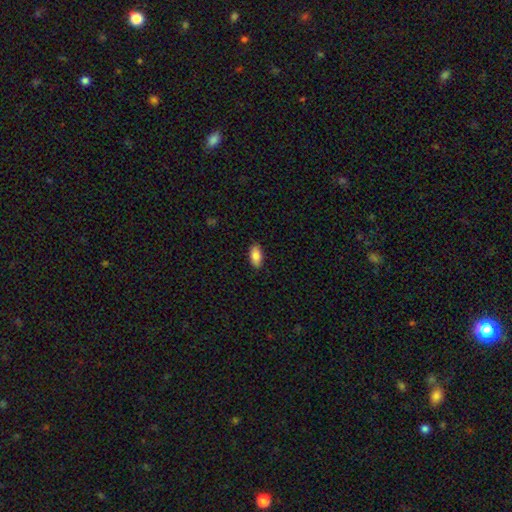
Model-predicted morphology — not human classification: smooth-or-featured: smooth: 86% | featured or disk: 7% | star or artifact: 7%
  how-rounded: in between: 93% | cigar-shaped: 5% | round: 3%
  merging: none: 89% | minor disturbance: 9% | major disturbance: 2% | merger: 1%